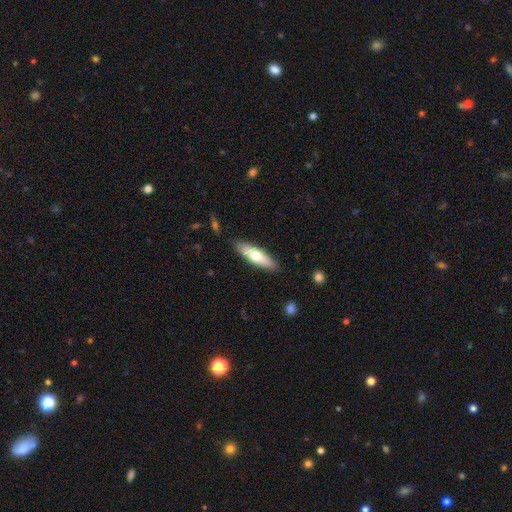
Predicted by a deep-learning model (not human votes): The model was most divided on "smooth or featured": smooth: 59%, featured or disk: 35%, star or artifact: 5%. More confident: merging — none (88%); how rounded — cigar-shaped (65%).